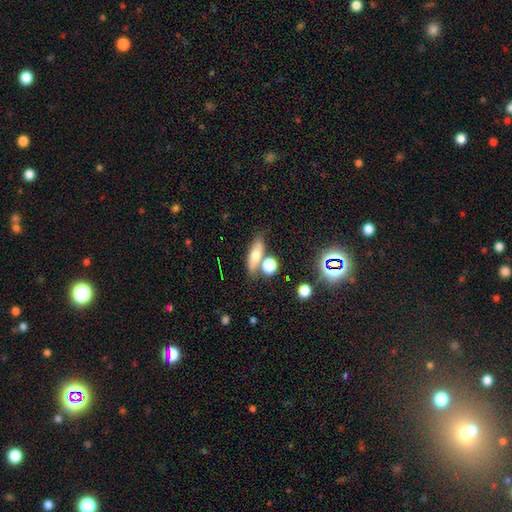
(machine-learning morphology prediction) Smooth or featured: smooth — 64% (featured or disk — 23%)
How rounded: in between — 52% (cigar-shaped — 37%)
Merging: none — 66% (merger — 17%)